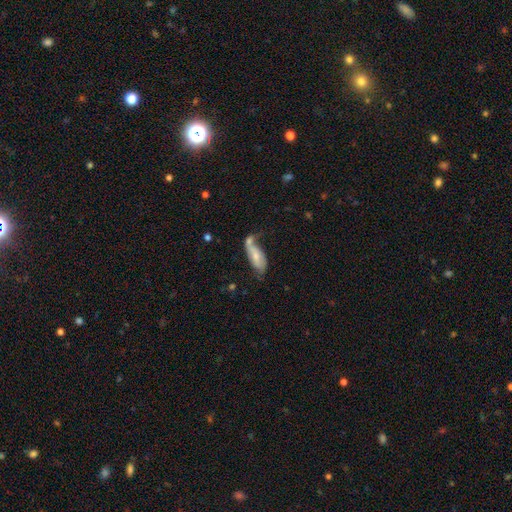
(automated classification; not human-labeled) Overall: smooth (53%; featured or disk 40%). How rounded: in between (78%). Merging: merger (35%; none 28%).